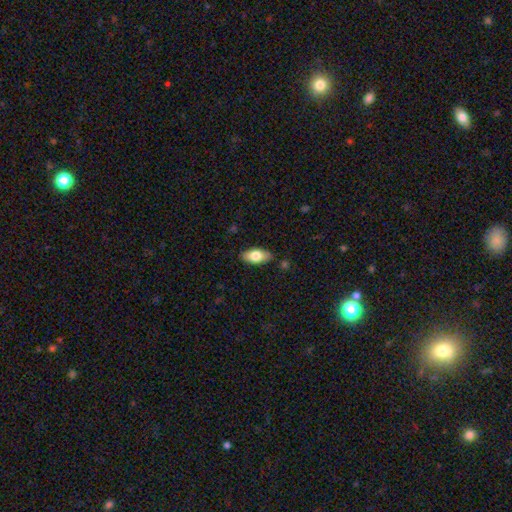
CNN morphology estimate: Smooth or featured? smooth (75%)
How rounded? in between (89%)
Merging? none (84%)